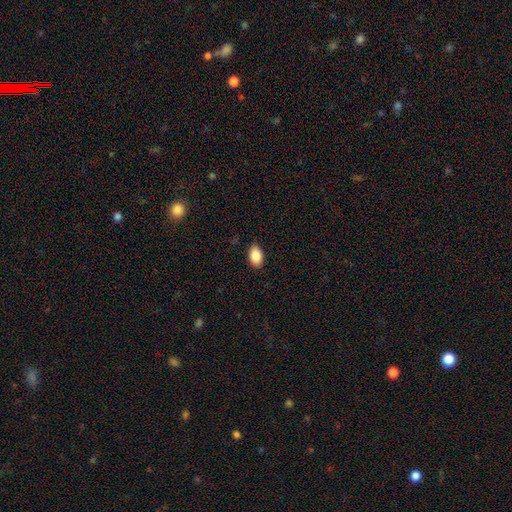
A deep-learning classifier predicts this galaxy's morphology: The model was most divided on "merging": none: 87%, minor disturbance: 10%, major disturbance: 2%, merger: 1%. More confident: how rounded — in between (92%); smooth or featured — smooth (88%).